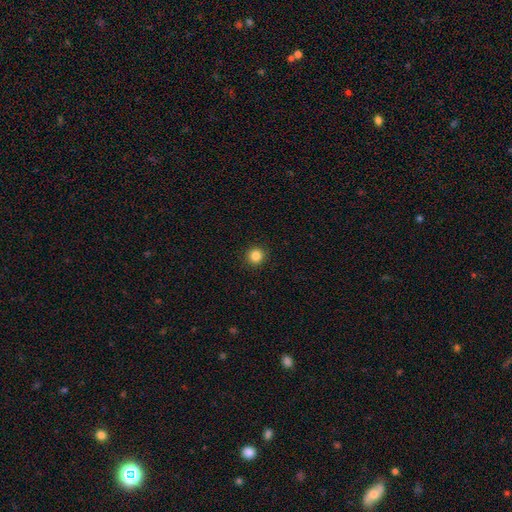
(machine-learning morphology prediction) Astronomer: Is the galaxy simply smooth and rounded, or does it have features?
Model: smooth — 84%.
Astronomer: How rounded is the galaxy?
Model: round — 95%.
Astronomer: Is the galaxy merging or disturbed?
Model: none — 93%.